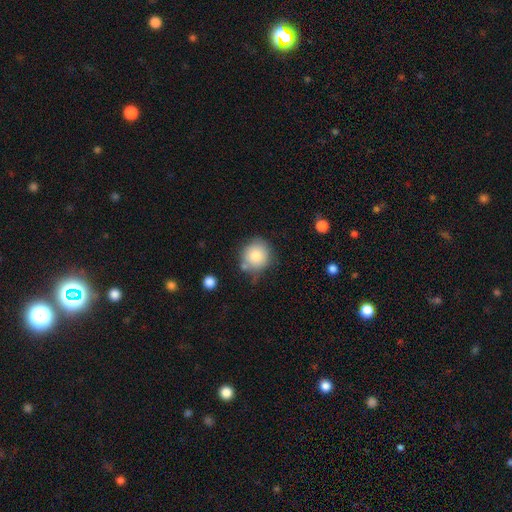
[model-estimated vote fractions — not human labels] This appears to be a smooth galaxy with no disk features (82%) that is round (89%). Merging: none (67%).